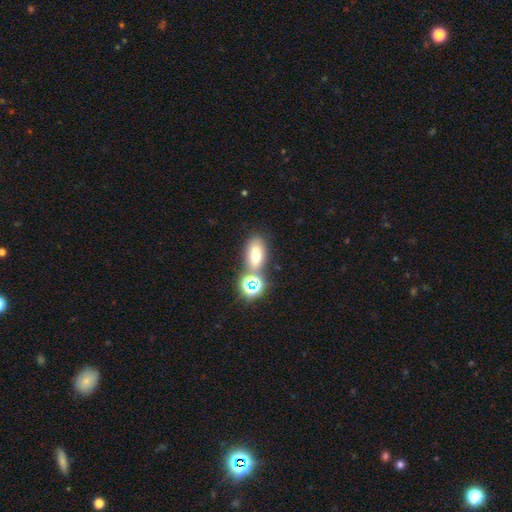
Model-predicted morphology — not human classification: Smooth or featured? Predicted: smooth (p=0.65). How rounded? Predicted: in between (p=0.76). Merging? Predicted: none (p=0.60).